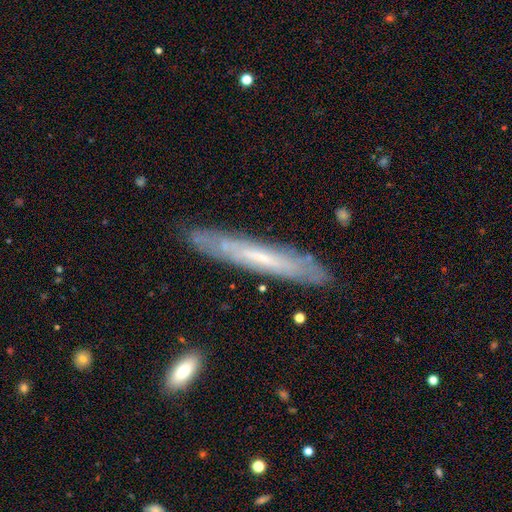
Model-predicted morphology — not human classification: The model was most divided on "smooth or featured": featured or disk: 58%, smooth: 34%, star or artifact: 7%. More confident: merging — none (85%); edge-on disk — yes (74%).